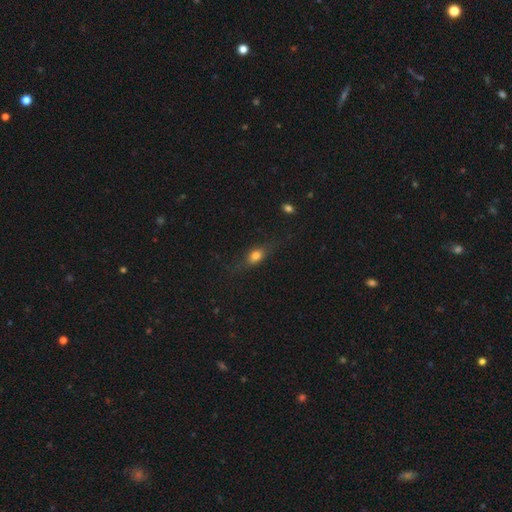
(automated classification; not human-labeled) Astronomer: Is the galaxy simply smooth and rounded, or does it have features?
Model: smooth — 69%.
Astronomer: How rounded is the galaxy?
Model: in between — 63%.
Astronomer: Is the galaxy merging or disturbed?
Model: none — 67%.